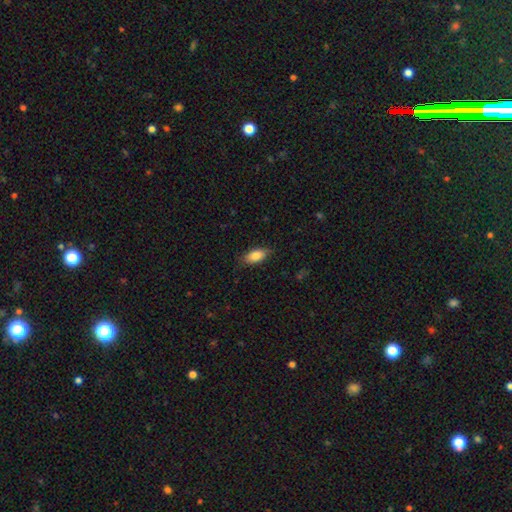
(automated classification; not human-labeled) Smooth or featured: smooth — 83% (featured or disk — 11%)
How rounded: in between — 88% (cigar-shaped — 10%)
Merging: none — 81% (minor disturbance — 15%)